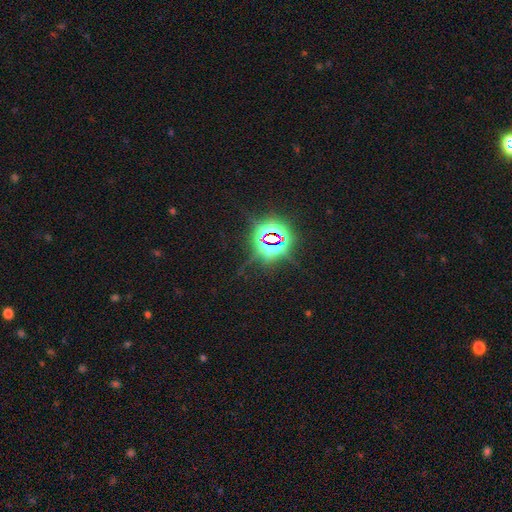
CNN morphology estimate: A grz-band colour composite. It shows a star or artifact, not a galaxy (83%).